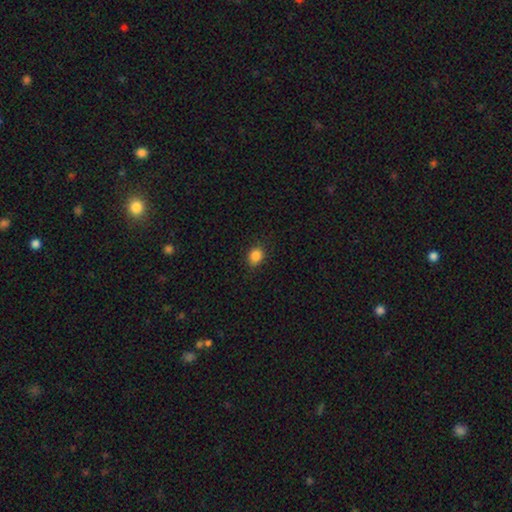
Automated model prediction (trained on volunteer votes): This appears to be a smooth galaxy with no disk features (85%) that is round (60%). Merging: none (86%).